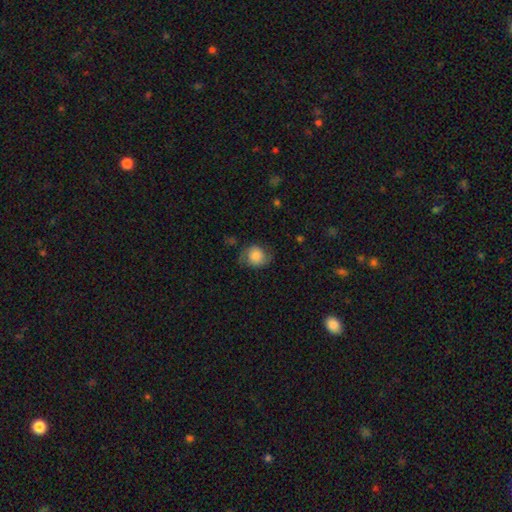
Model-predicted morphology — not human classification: Smooth or featured: smooth — 64% (featured or disk — 27%)
How rounded: round — 72% (in between — 27%)
Merging: none — 64% (minor disturbance — 24%)